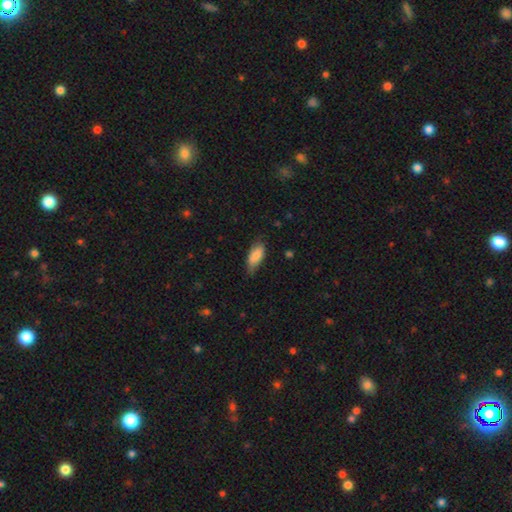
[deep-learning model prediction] A smooth galaxy with no disk features (85%) that is in between round and cigar-shaped (84%).

Vote fractions:
- Smooth or featured? smooth: 85% / featured or disk: 8% / star or artifact: 7%
- How rounded? in between: 84% / cigar-shaped: 13% / round: 2%
- Merging? none: 59% / minor disturbance: 33% / major disturbance: 7% / merger: 1%